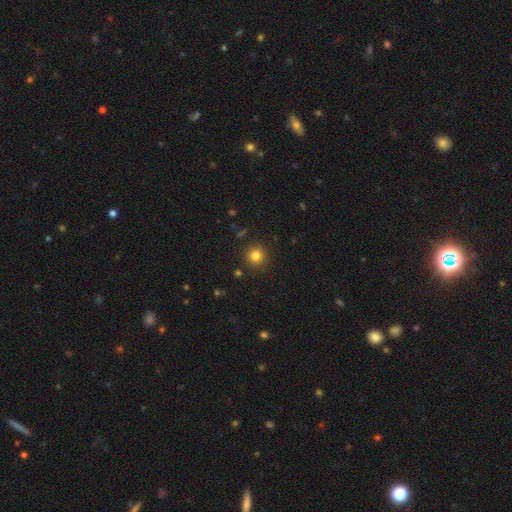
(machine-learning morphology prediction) A smooth galaxy with no disk features (81%) that is round (94%).

Vote fractions:
- Smooth or featured? smooth: 81% / star or artifact: 13% / featured or disk: 6%
- How rounded? round: 94% / in between: 5% / cigar-shaped: 1%
- Merging? none: 90% / minor disturbance: 6% / major disturbance: 2% / merger: 2%